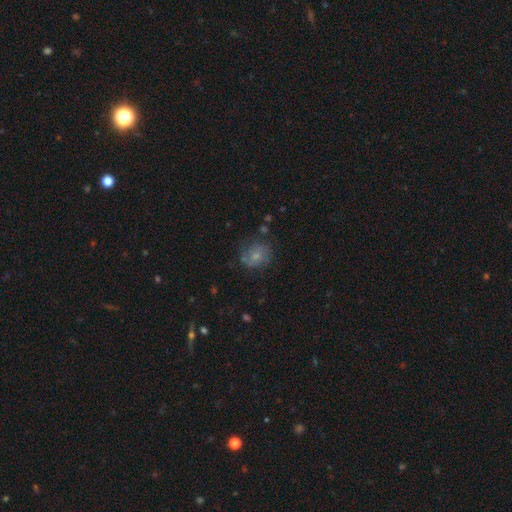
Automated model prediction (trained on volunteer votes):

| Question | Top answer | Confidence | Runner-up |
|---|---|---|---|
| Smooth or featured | smooth | 54% | featured or disk (34%) |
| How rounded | round | 68% | in between (31%) |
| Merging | none | 63% | minor disturbance (23%) |